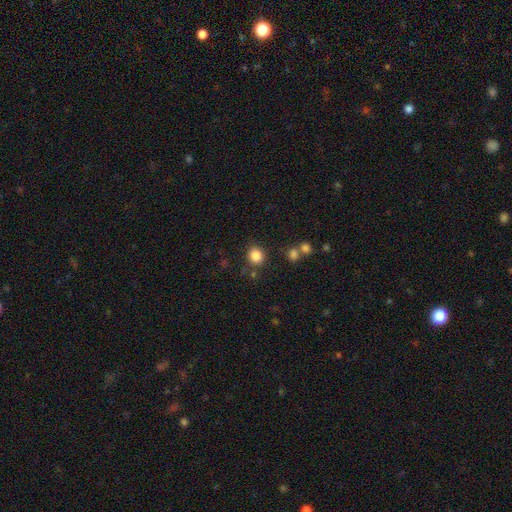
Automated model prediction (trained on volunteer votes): Smooth or featured?
  - smooth: 85% *
  - star or artifact: 11%
  - featured or disk: 4%
How rounded?
  - round: 79% *
  - in between: 20%
  - cigar-shaped: 1%
Merging?
  - none: 81% *
  - minor disturbance: 10%
  - merger: 5%
  - major disturbance: 4%